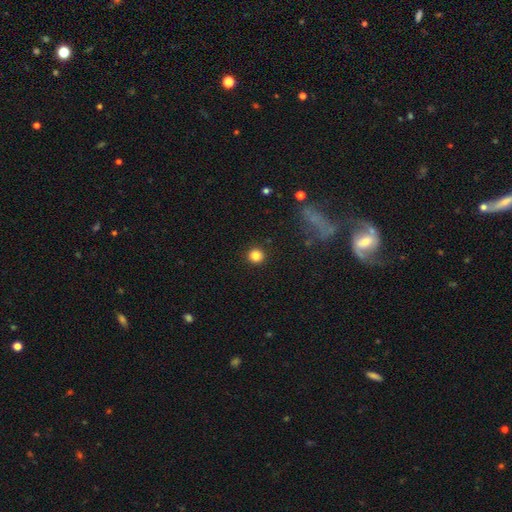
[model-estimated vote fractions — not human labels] This is clearly a smooth galaxy (84%). How rounded: clearly round (93%). Merging: clearly none (92%).